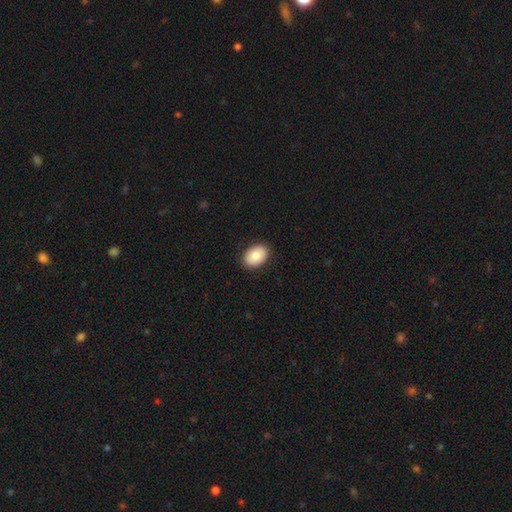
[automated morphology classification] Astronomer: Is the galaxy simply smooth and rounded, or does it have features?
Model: smooth — 85%.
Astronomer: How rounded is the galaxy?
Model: in between — 83%.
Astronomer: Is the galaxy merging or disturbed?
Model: none — 89%.